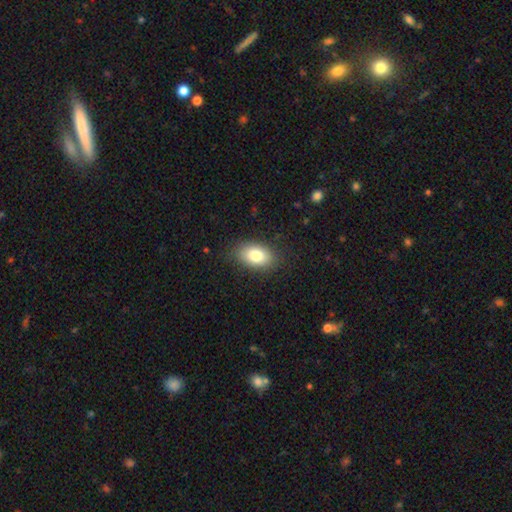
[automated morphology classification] The model was most divided on "smooth or featured": smooth: 81%, featured or disk: 11%, star or artifact: 8%. More confident: how rounded — in between (89%); merging — none (84%).